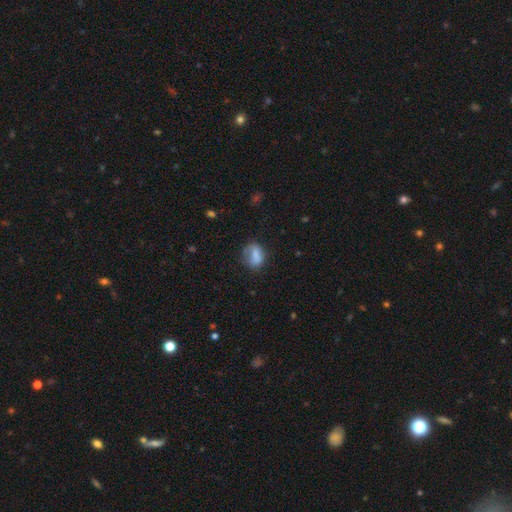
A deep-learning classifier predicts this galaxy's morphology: Smooth or featured? smooth (76%)
How rounded? in between (66%)
Merging? none (48%)